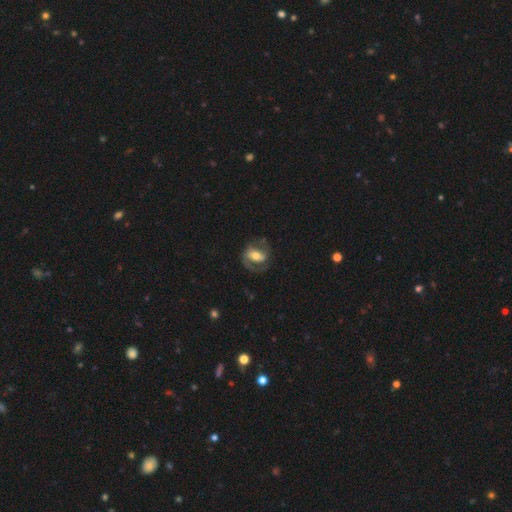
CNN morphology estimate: A featured or disk galaxy (65%) with a strong bar (39%), spiral arms (74%) and a moderate central bulge (61%). Merging: none (61%).